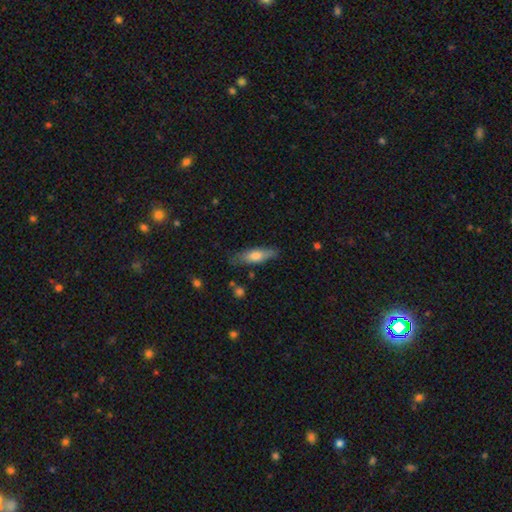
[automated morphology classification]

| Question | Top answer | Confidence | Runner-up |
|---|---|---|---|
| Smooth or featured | smooth | 65% | featured or disk (29%) |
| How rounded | cigar-shaped | 53% | in between (44%) |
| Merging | none | 77% | minor disturbance (17%) |